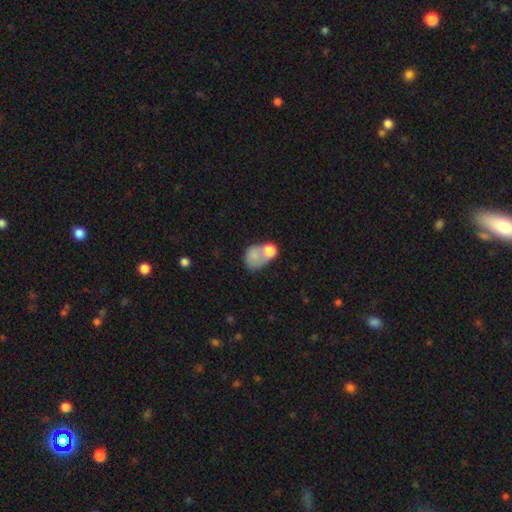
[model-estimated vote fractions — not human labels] Morphology: type=smooth (70%); roundness=in between (58%); merging=merger (45%).